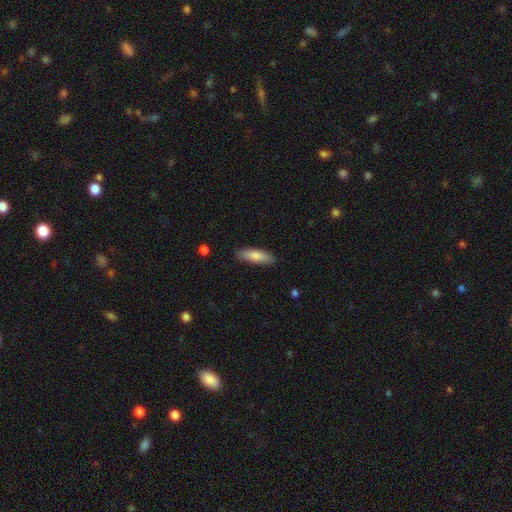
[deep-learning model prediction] Q: Smooth or featured?
A: smooth (82%); runner-up: featured or disk (12%)
Q: How rounded?
A: in between (54%); runner-up: cigar-shaped (44%)
Q: Merging?
A: none (87%); runner-up: minor disturbance (10%)